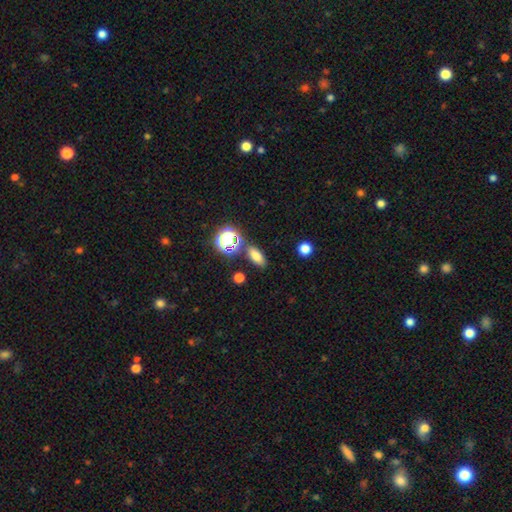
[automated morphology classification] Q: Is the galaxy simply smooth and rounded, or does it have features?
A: smooth — 72%.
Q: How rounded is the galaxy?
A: in between — 72%.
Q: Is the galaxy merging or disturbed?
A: none — 81%.